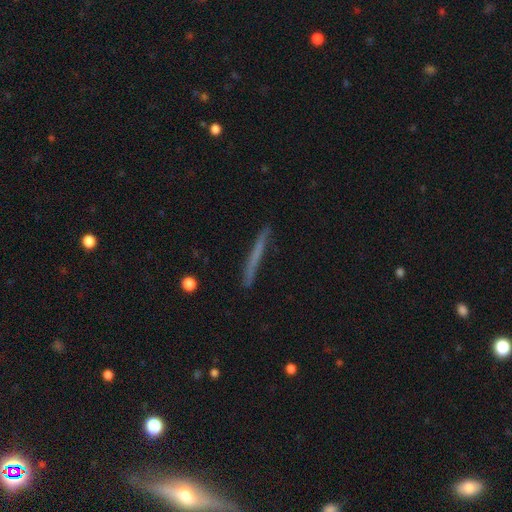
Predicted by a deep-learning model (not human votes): Morphology: type=smooth (56%); roundness=cigar-shaped (97%); merging=none (87%).